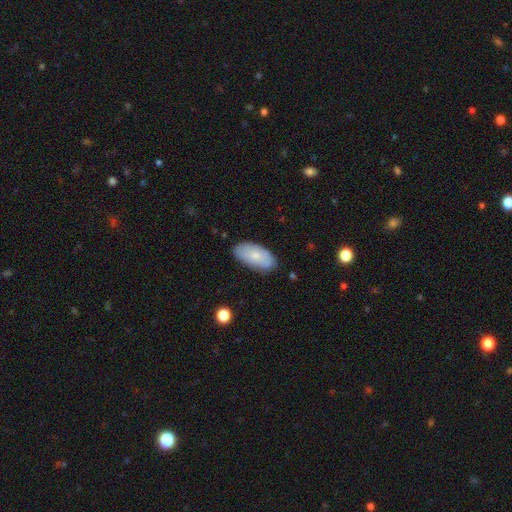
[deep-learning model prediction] The model was most divided on "smooth or featured": smooth: 72%, featured or disk: 22%, star or artifact: 6%. More confident: how rounded — in between (94%); merging — none (82%).